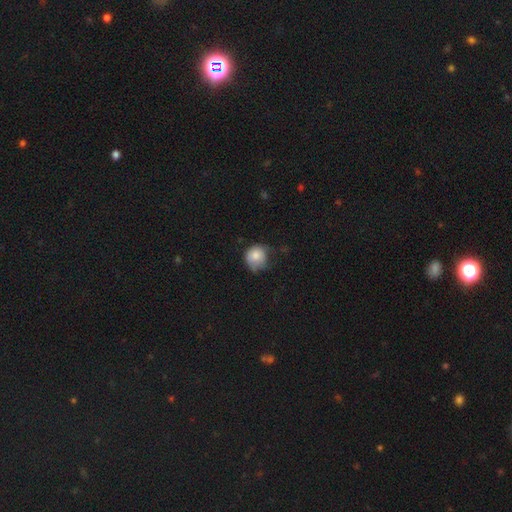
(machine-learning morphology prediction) smooth 80%, featured or disk 12%, star or artifact 8%. Down the decision tree: how rounded — round (84%); merging — none (46%).